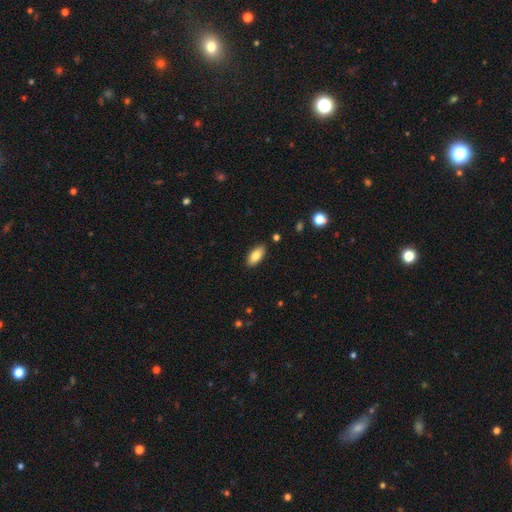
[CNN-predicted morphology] type=smooth (84%); roundness=in between (89%); merging=none (88%).